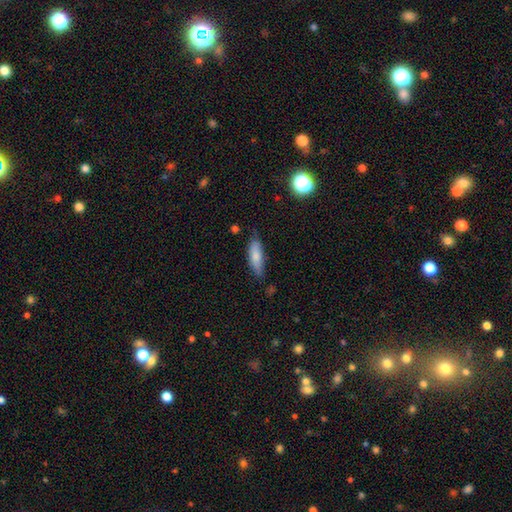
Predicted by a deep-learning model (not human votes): A smooth galaxy with no disk features (78%) that is in between round and cigar-shaped (50%).

Vote fractions:
- Smooth or featured? smooth: 78% / featured or disk: 15% / star or artifact: 6%
- How rounded? in between: 50% / cigar-shaped: 48% / round: 2%
- Merging? none: 72% / minor disturbance: 22% / major disturbance: 4% / merger: 2%